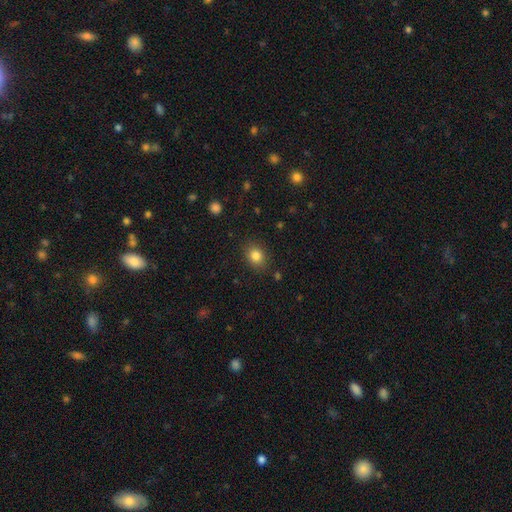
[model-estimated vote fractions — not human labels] Morphology: type=smooth (83%); roundness=round (58%); merging=none (85%).